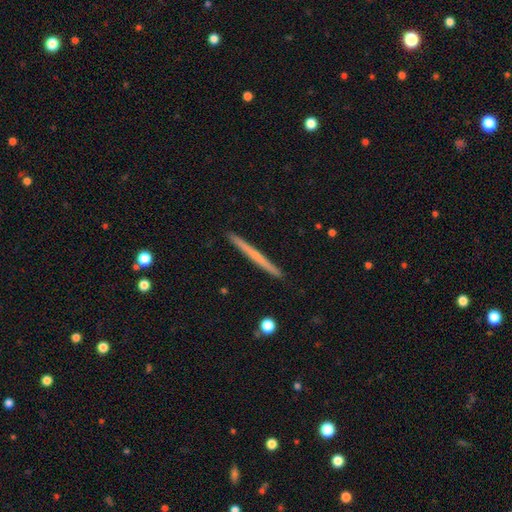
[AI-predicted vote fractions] smooth-or-featured: featured or disk: 52% | smooth: 42% | star or artifact: 6%
  disk-edge-on: yes: 98% | no: 2%
    edge-on-bulge: none: 74% | rounded: 22% | boxy: 4%
  merging: none: 93% | minor disturbance: 5% | merger: 1% | major disturbance: 1%